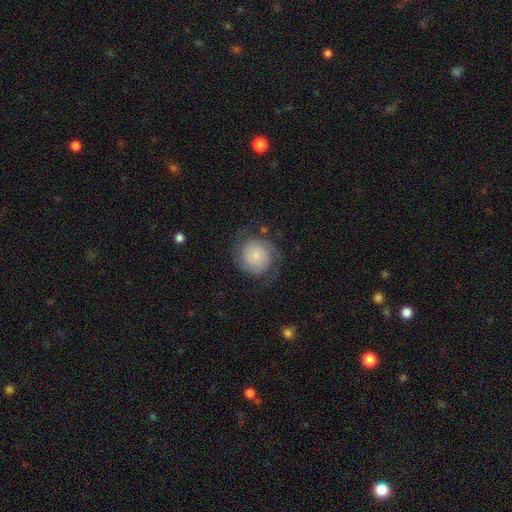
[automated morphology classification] featured or disk 60%, smooth 31%, star or artifact 8%. Down the decision tree: edge-on disk — no (98%); bar — no (77%); spiral arms — yes (92%); spiral arm count — 2 (80%); spiral winding — tight (50%); bulge size — small (65%); merging — none (71%).